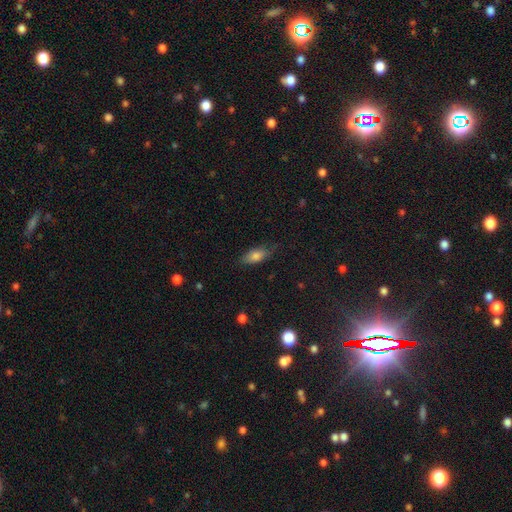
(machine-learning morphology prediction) smooth_or_featured: smooth (p=0.79) [alt: featured or disk p=0.13]
how_rounded: in between (p=0.81) [alt: cigar-shaped p=0.15]
merging: none (p=0.74) [alt: minor disturbance p=0.20]